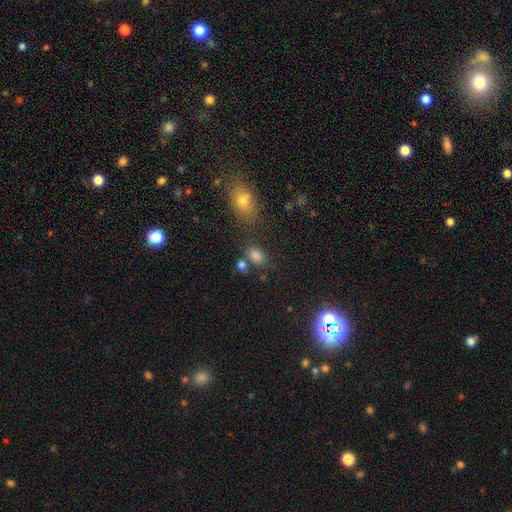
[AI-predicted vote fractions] Overall: smooth (82%). How rounded: in between (82%). Merging: none (68%).